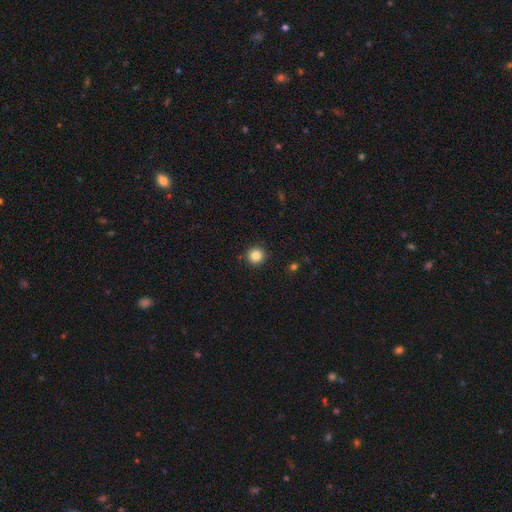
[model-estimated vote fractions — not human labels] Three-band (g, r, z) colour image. It shows a smooth galaxy with no disk features (84%) that is round (95%). Merging: none (92%).